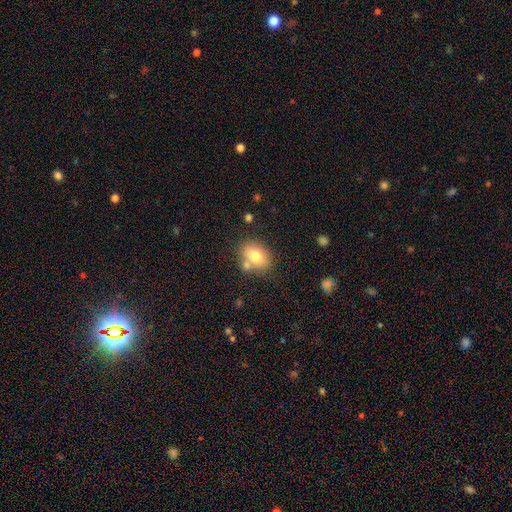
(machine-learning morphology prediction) This appears to be a smooth galaxy with no disk features (73%) that is in between round and cigar-shaped (66%). Merging: none (65%).